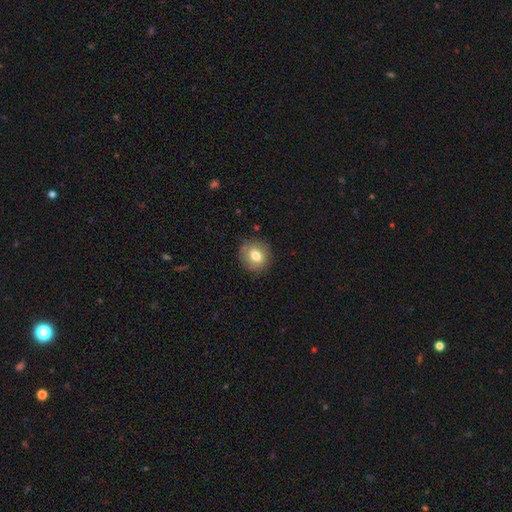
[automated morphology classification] smooth 77%, featured or disk 14%, star or artifact 10%. Down the decision tree: how rounded — round (83%); merging — none (85%).